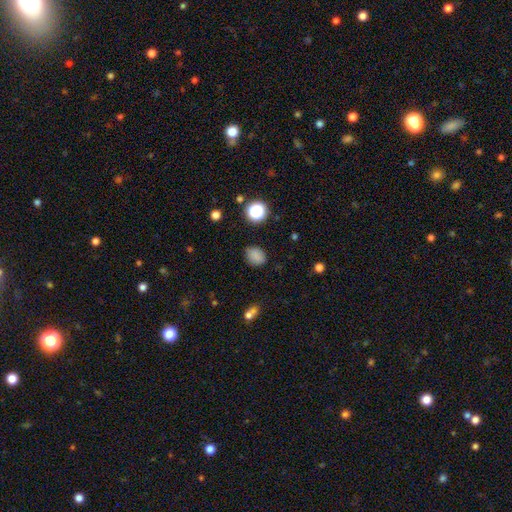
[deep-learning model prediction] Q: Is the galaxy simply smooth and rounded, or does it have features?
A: smooth — 81%.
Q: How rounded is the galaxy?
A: in between — 53%.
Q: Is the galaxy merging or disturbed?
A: none — 79%.